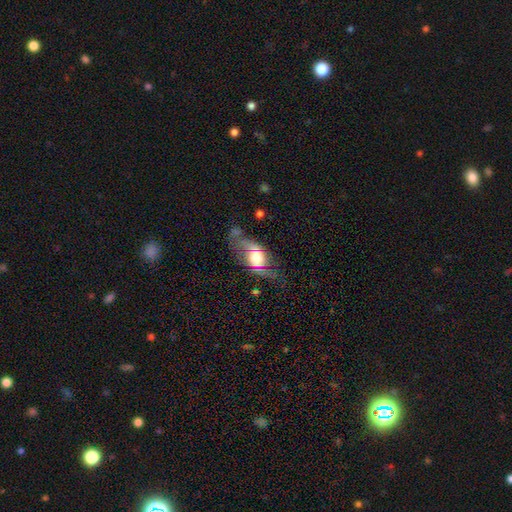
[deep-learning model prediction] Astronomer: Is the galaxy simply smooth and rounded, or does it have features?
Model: featured or disk — 56% (runner-up: smooth, 34%).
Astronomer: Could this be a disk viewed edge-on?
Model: no — 70%.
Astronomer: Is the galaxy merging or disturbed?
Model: none — 51%.